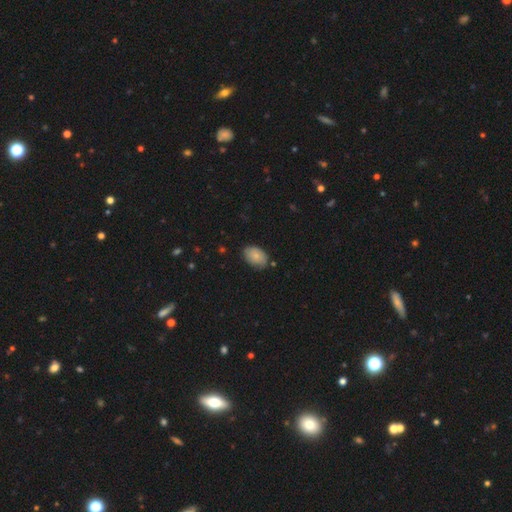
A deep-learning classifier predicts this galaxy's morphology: Overall: smooth (79%). How rounded: in between (87%). Merging: none (69%).